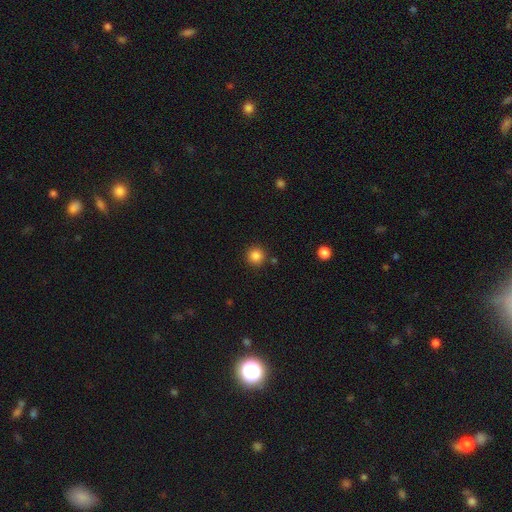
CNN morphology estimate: The model was most divided on "smooth or featured": smooth: 84%, star or artifact: 11%, featured or disk: 4%. More confident: how rounded — round (95%); merging — none (89%).